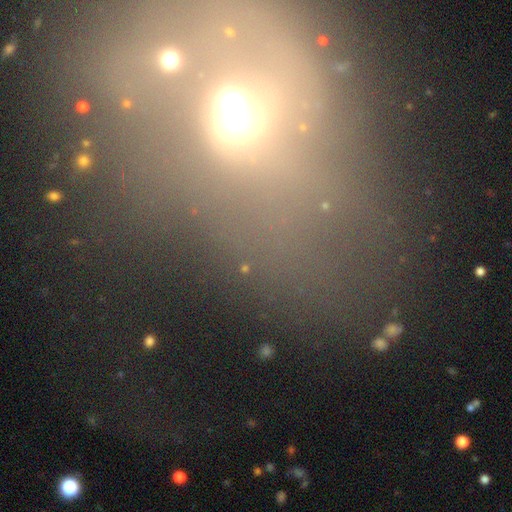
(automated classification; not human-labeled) The model was most divided on "smooth or featured": star or artifact: 43%, smooth: 35%, featured or disk: 22%.